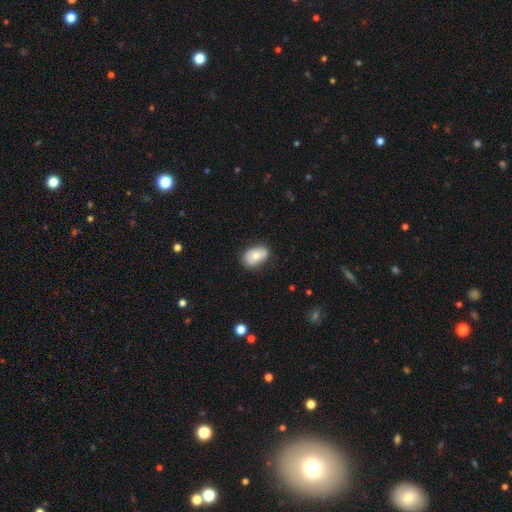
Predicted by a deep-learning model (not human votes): Smooth or featured?
  - smooth: 73% *
  - featured or disk: 20%
  - star or artifact: 7%
How rounded?
  - in between: 87% *
  - round: 12%
  - cigar-shaped: 1%
Merging?
  - none: 78% *
  - minor disturbance: 18%
  - major disturbance: 3%
  - merger: 1%